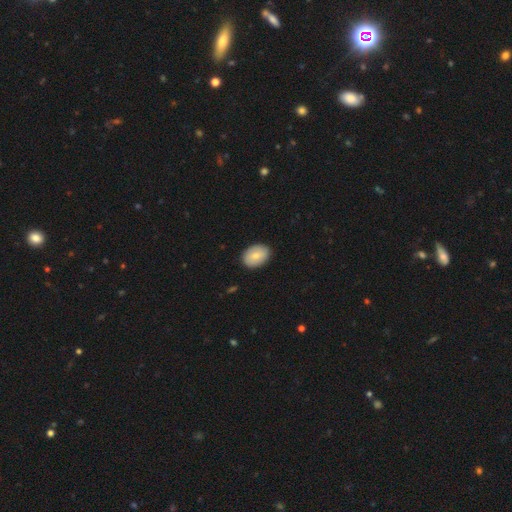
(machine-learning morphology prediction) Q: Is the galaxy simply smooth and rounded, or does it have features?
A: smooth — 77%.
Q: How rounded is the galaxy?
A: in between — 79%.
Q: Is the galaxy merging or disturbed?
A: none — 89%.